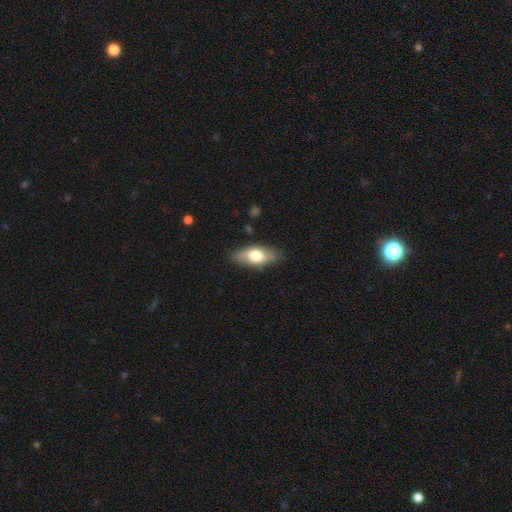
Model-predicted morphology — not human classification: Smooth or featured? smooth (63%)
How rounded? in between (83%)
Merging? none (83%)